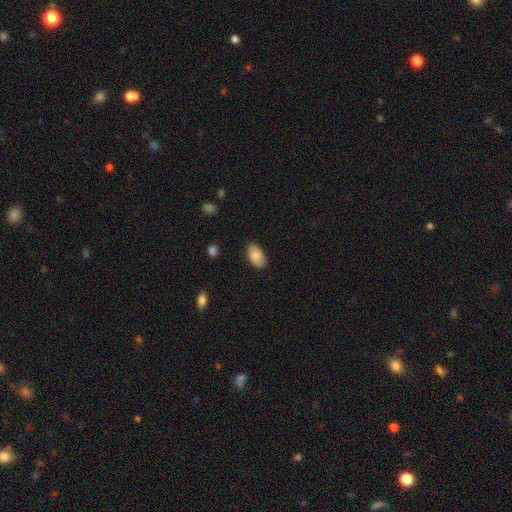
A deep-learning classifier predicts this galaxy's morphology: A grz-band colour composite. It shows a smooth galaxy with no disk features (84%) that is in between round and cigar-shaped (94%). Merging: none (81%).